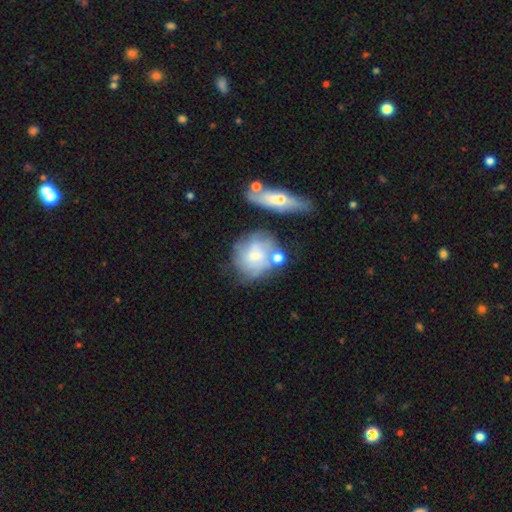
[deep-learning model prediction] Q: Smooth or featured?
A: featured or disk (47%); runner-up: smooth (43%)
Q: Merging?
A: none (51%); runner-up: minor disturbance (20%)